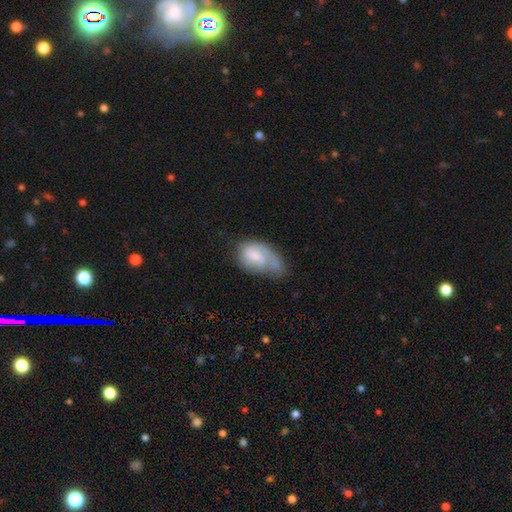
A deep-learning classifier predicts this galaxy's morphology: Smooth or featured? Predicted: featured or disk (p=0.53). Edge-on disk? Predicted: no (p=0.96). Bar? Predicted: no (p=0.46). Spiral arms? Predicted: yes (p=0.83). Bulge size? Predicted: small (p=0.41). Merging? Predicted: none (p=0.35).